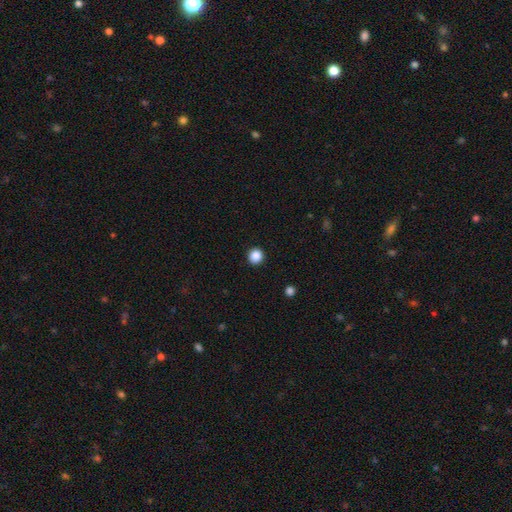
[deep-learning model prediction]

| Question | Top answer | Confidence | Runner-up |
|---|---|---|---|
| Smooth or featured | smooth | 88% | star or artifact (10%) |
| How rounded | round | 93% | in between (6%) |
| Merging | none | 93% | minor disturbance (4%) |